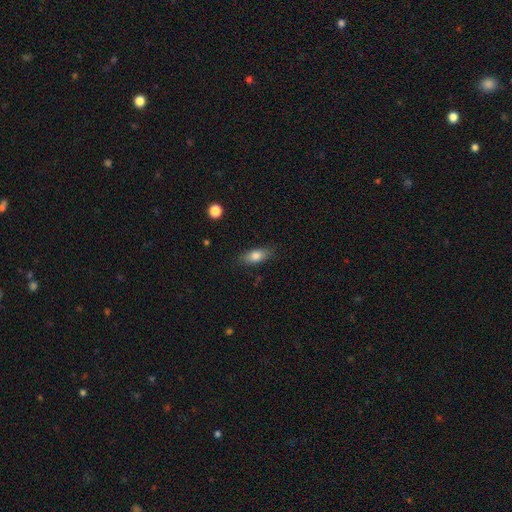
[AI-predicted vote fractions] Morphology: type=smooth (77%); roundness=in between (80%); merging=none (82%).